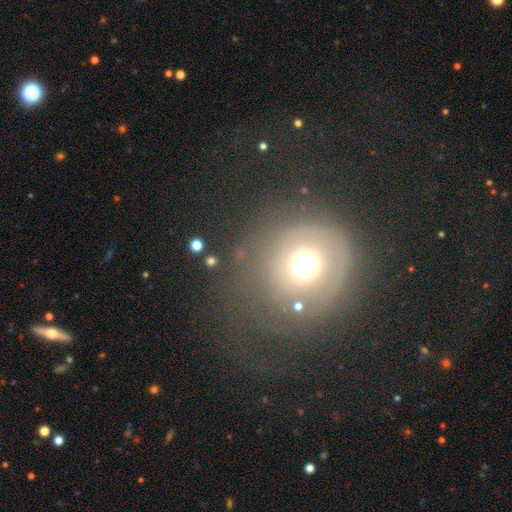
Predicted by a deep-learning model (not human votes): This is marginally a smooth galaxy (44%). Merging: possibly none (56%).